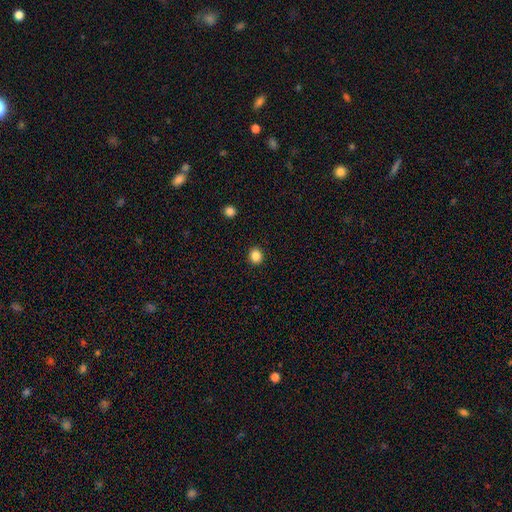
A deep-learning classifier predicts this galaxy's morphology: Overall: smooth (86%). How rounded: round (79%). Merging: none (92%).